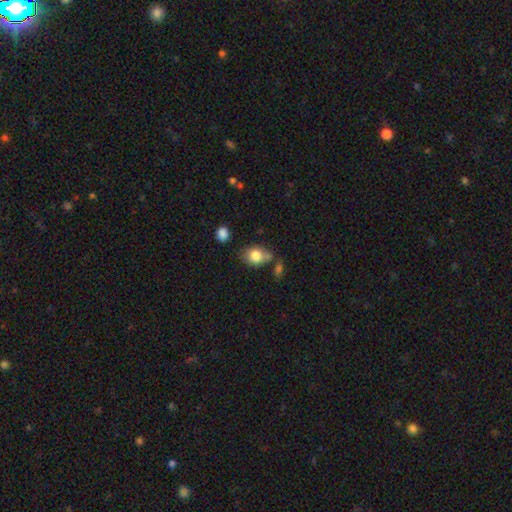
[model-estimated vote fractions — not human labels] Q: Smooth or featured?
A: smooth (80%); runner-up: featured or disk (11%)
Q: How rounded?
A: in between (54%); runner-up: round (45%)
Q: Merging?
A: none (57%); runner-up: minor disturbance (20%)